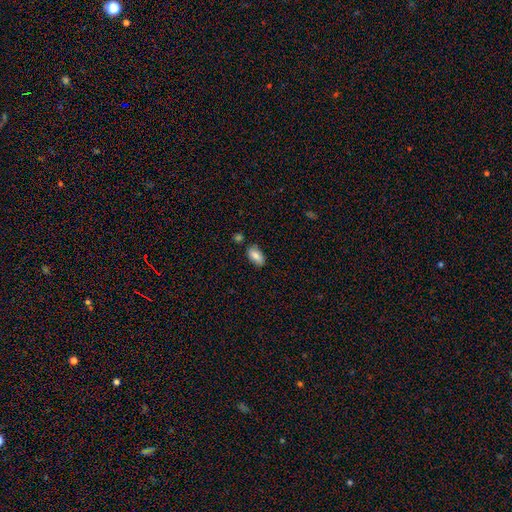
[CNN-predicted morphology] Smooth or featured?
  - smooth: 81% *
  - featured or disk: 12%
  - star or artifact: 7%
How rounded?
  - in between: 92% *
  - cigar-shaped: 4%
  - round: 4%
Merging?
  - none: 78% *
  - minor disturbance: 15%
  - merger: 4%
  - major disturbance: 3%